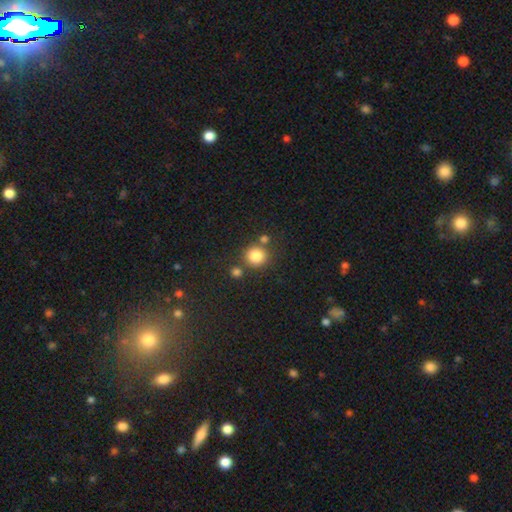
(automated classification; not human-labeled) Q: Smooth or featured?
A: smooth (83%); runner-up: star or artifact (11%)
Q: How rounded?
A: round (90%); runner-up: in between (9%)
Q: Merging?
A: none (71%); runner-up: merger (16%)